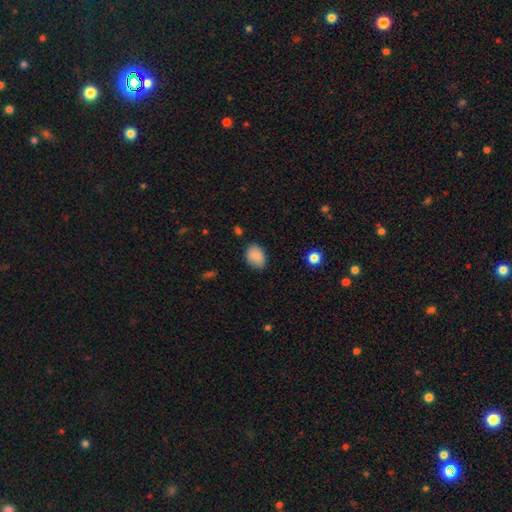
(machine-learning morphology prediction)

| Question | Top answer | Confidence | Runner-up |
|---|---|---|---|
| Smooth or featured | smooth | 87% | star or artifact (8%) |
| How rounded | in between | 71% | round (28%) |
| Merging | none | 78% | minor disturbance (17%) |